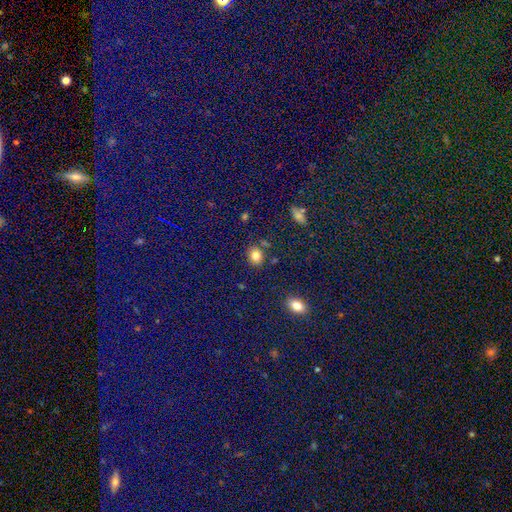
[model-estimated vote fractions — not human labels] Smooth or featured: smooth — 82% (star or artifact — 11%)
How rounded: round — 54% (in between — 45%)
Merging: none — 81% (minor disturbance — 11%)